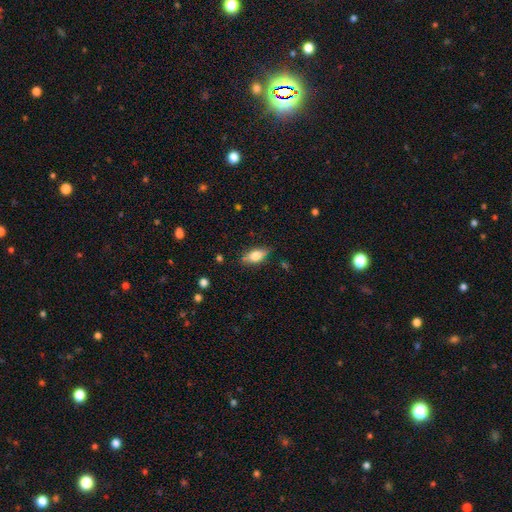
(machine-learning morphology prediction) This appears to be a smooth galaxy with no disk features (69%) that is in between round and cigar-shaped (82%). Merging: none (79%).